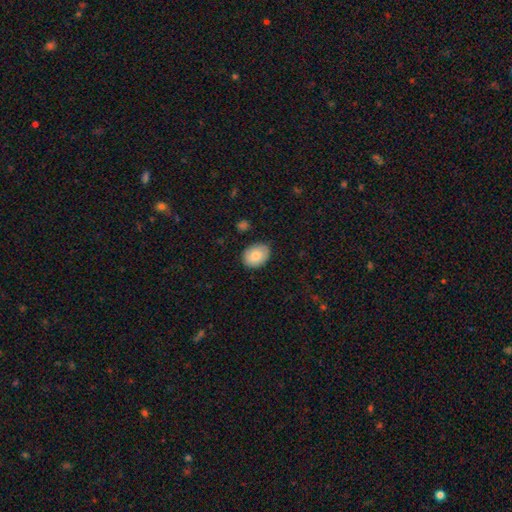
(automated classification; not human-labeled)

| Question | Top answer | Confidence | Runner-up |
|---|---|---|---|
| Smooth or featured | smooth | 80% | featured or disk (13%) |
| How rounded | in between | 67% | round (32%) |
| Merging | none | 81% | minor disturbance (15%) |